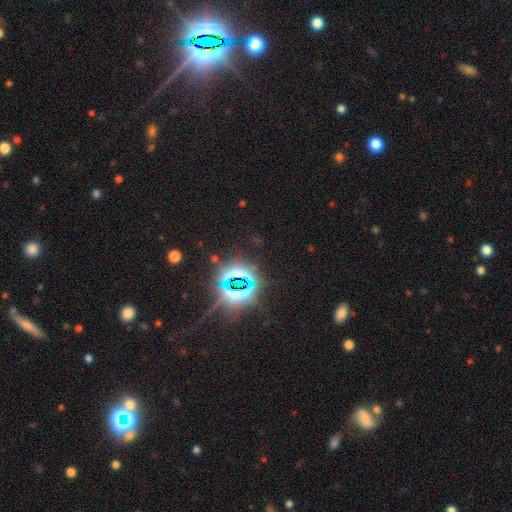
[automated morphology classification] A star or artifact, not a galaxy (83%).